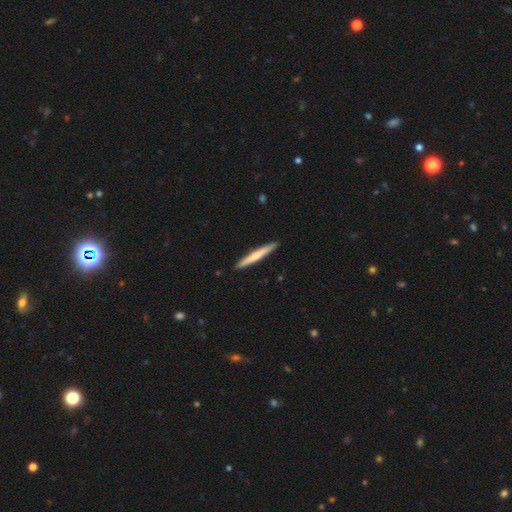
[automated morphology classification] This appears to be a smooth galaxy with no disk features (59%) that is cigar-shaped (96%). Merging: none (92%).